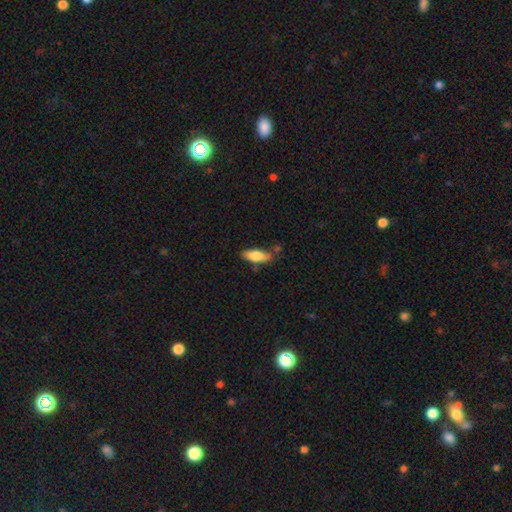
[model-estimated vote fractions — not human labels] This is likely a smooth galaxy (78%). How rounded: likely in between (67%). Merging: likely none (72%).